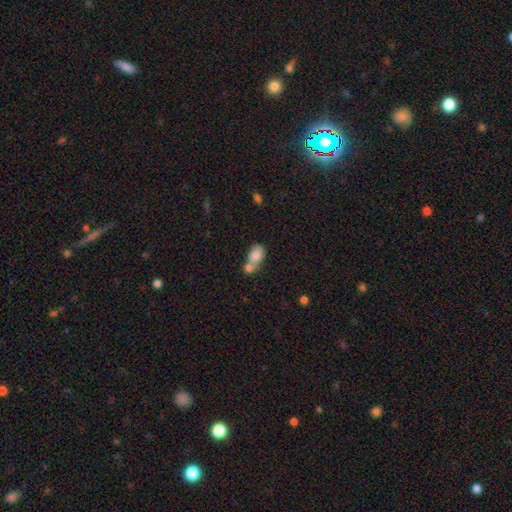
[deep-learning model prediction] smooth-or-featured: smooth: 80% | featured or disk: 12% | star or artifact: 8%
  how-rounded: in between: 77% | round: 20% | cigar-shaped: 2%
  merging: merger: 63% | none: 22% | minor disturbance: 9% | major disturbance: 5%